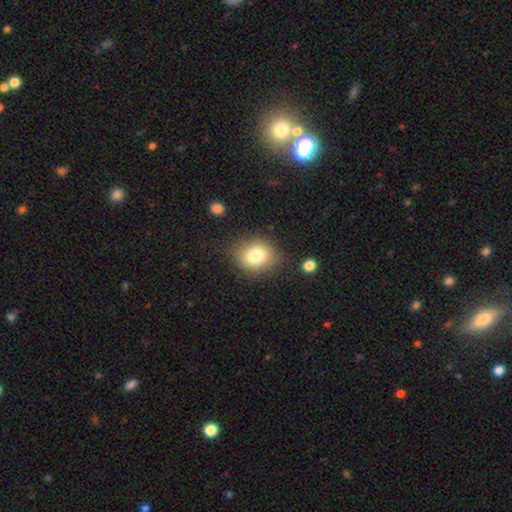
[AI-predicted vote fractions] smooth-or-featured: smooth: 79% | star or artifact: 11% | featured or disk: 10%
  how-rounded: round: 62% | in between: 38% | cigar-shaped: 1%
  merging: none: 80% | minor disturbance: 13% | major disturbance: 4% | merger: 2%